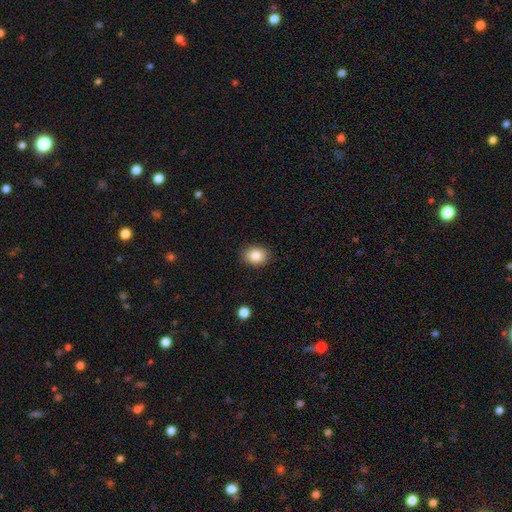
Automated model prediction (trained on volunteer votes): smooth_or_featured: smooth (p=0.85) [alt: star or artifact p=0.09]
how_rounded: in between (p=0.58) [alt: round p=0.41]
merging: none (p=0.88) [alt: minor disturbance p=0.09]